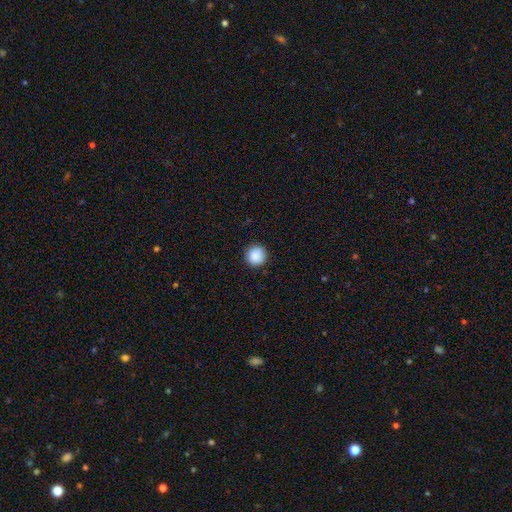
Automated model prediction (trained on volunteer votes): Smooth or featured?
  - smooth: 89% *
  - star or artifact: 8%
  - featured or disk: 2%
How rounded?
  - round: 95% *
  - in between: 4%
  - cigar-shaped: 1%
Merging?
  - none: 92% *
  - minor disturbance: 5%
  - major disturbance: 2%
  - merger: 1%